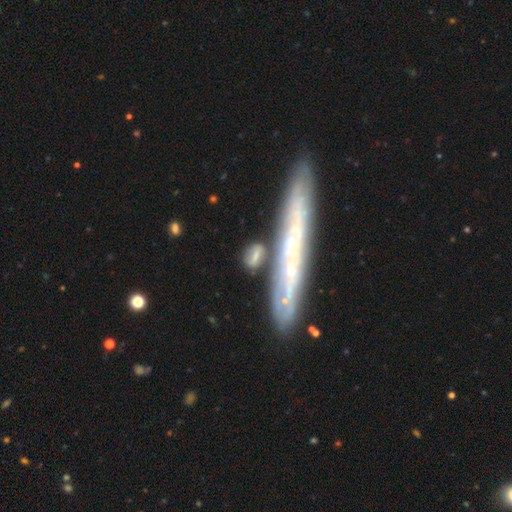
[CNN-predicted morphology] Q: Smooth or featured?
A: smooth (60%); runner-up: featured or disk (30%)
Q: How rounded?
A: in between (63%); runner-up: cigar-shaped (20%)
Q: Merging?
A: none (63%); runner-up: minor disturbance (17%)